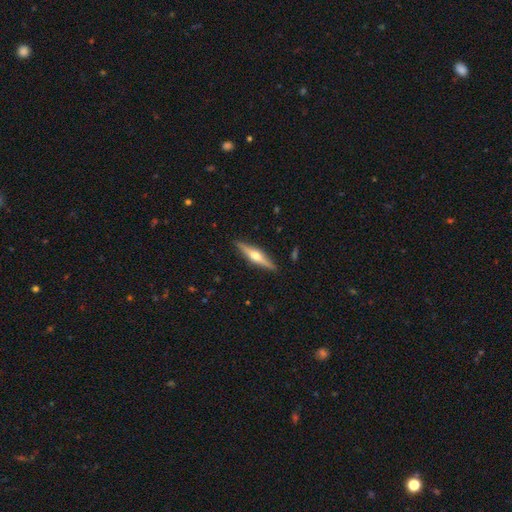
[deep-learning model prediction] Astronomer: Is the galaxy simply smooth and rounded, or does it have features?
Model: featured or disk — 71%.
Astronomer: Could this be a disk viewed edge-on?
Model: yes — 97%.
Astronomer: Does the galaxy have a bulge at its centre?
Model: rounded — 93%.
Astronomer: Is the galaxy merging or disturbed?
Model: none — 90%.